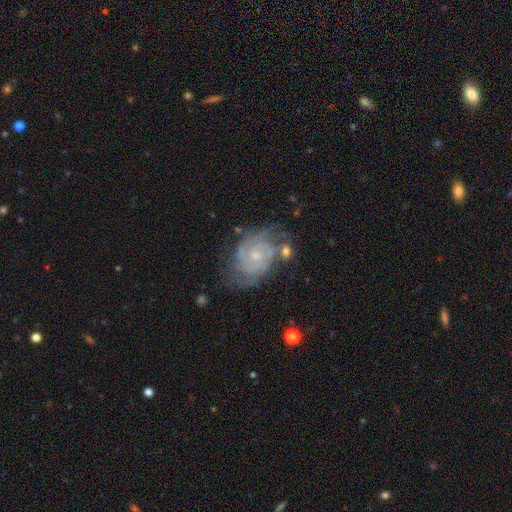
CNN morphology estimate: The model was most divided on "spiral arm count": 2: 43%, can't tell: 27%, 3: 16%, 4: 6%, 1: 4%, more than 4: 4%. More confident: edge-on disk — no (97%); spiral arms — yes (94%); smooth or featured — featured or disk (82%); bar — no (74%); bulge size — small (72%); spiral winding — tight (62%); merging — none (60%).